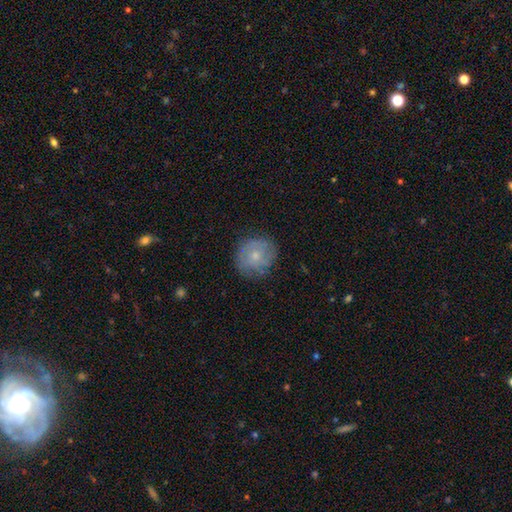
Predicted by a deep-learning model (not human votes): A smooth galaxy with no disk features (53%) that is round (84%).

Vote fractions:
- Smooth or featured? smooth: 53% / featured or disk: 39% / star or artifact: 8%
- How rounded? round: 84% / in between: 15% / cigar-shaped: 1%
- Merging? none: 77% / minor disturbance: 17% / major disturbance: 5% / merger: 1%